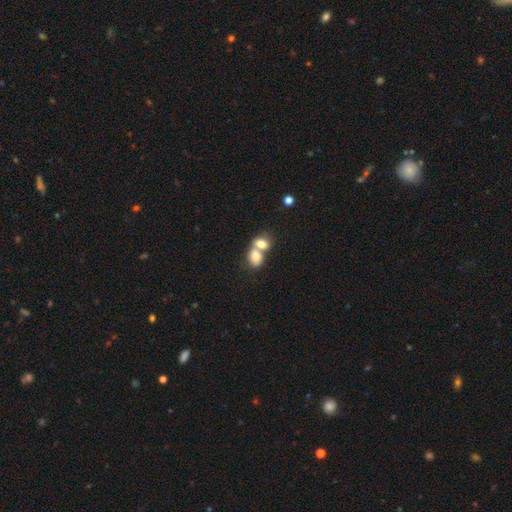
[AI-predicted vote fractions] Smooth or featured: smooth — 75% (featured or disk — 16%)
How rounded: in between — 65% (round — 33%)
Merging: merger — 74% (none — 18%)